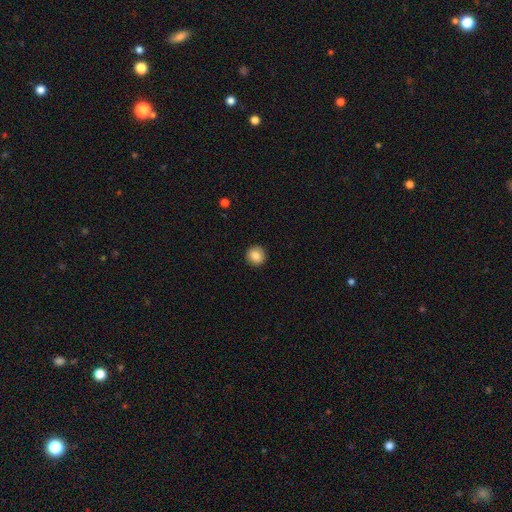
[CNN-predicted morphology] A smooth galaxy with no disk features (86%) that is round (93%).

Vote fractions:
- Smooth or featured? smooth: 86% / star or artifact: 9% / featured or disk: 6%
- How rounded? round: 93% / in between: 6% / cigar-shaped: 1%
- Merging? none: 92% / minor disturbance: 5% / major disturbance: 2% / merger: 1%